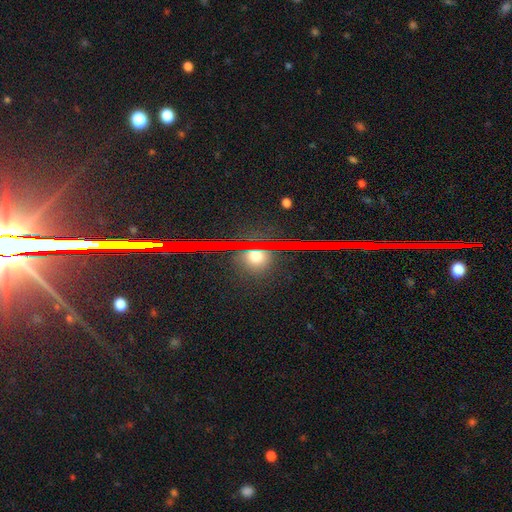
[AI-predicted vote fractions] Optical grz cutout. It shows a smooth galaxy with no disk features (51%) that is round (80%). Merging: none (86%).